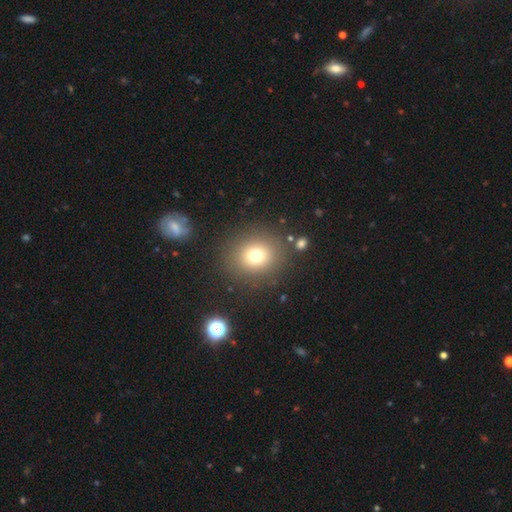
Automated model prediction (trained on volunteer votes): Smooth or featured? smooth (74%)
How rounded? round (83%)
Merging? none (86%)